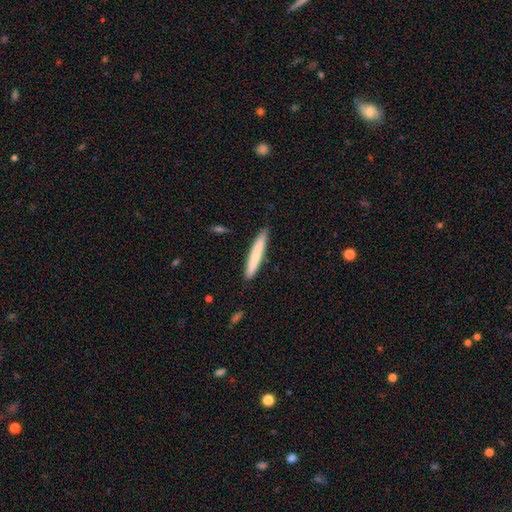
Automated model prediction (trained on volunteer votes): Smooth or featured? smooth (74%)
How rounded? cigar-shaped (95%)
Merging? none (90%)